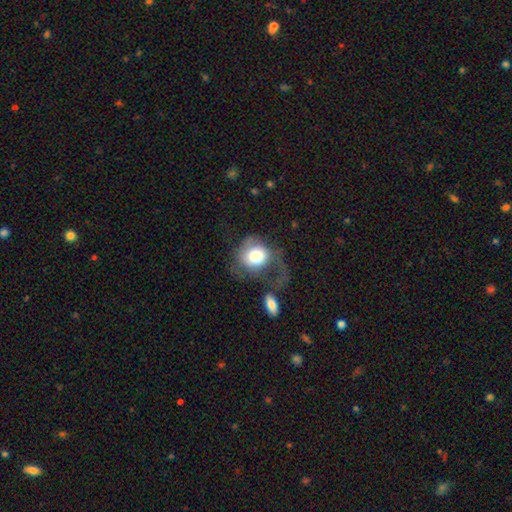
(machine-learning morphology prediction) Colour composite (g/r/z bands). It shows a smooth galaxy with no disk features (66%) that is round (70%). Merging: major disturbance (48%).